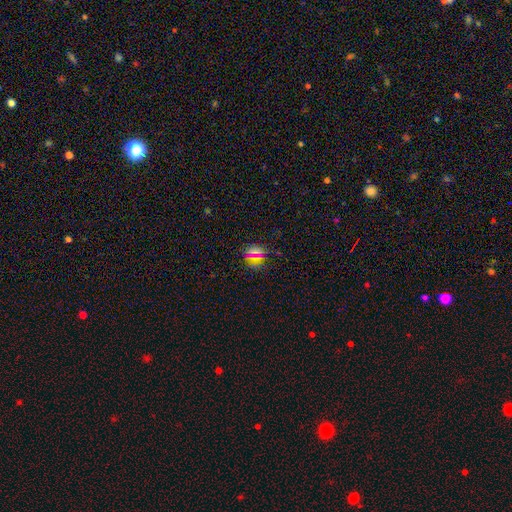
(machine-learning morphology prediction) Smooth or featured?
  - smooth: 61% *
  - star or artifact: 30%
  - featured or disk: 9%
How rounded?
  - round: 87% *
  - in between: 11%
  - cigar-shaped: 2%
Merging?
  - none: 84% *
  - minor disturbance: 9%
  - major disturbance: 4%
  - merger: 2%